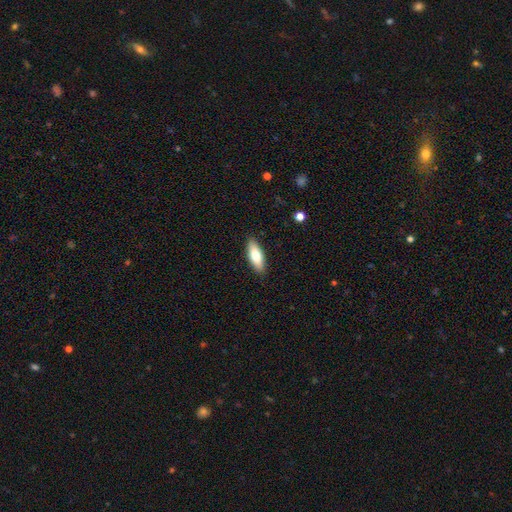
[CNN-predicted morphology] Smooth or featured? smooth (74%)
How rounded? in between (65%)
Merging? none (89%)